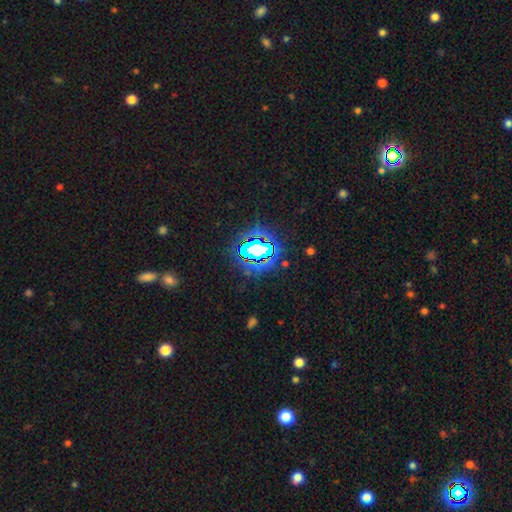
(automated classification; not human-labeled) Overall: star or artifact (80%).